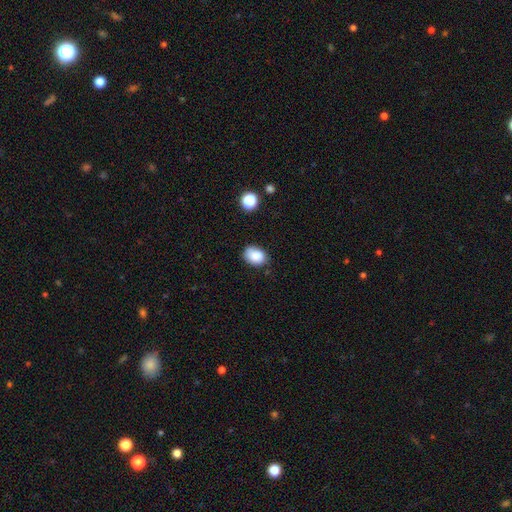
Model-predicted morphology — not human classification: smooth-or-featured: smooth: 85% | star or artifact: 9% | featured or disk: 6%
  how-rounded: in between: 71% | round: 28% | cigar-shaped: 1%
  merging: none: 65% | minor disturbance: 26% | major disturbance: 5% | merger: 4%